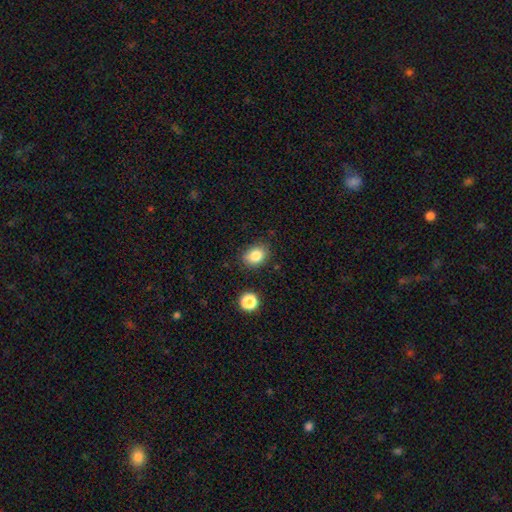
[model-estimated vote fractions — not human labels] Overall: smooth (84%). How rounded: in between (58%; round 41%). Merging: none (81%).